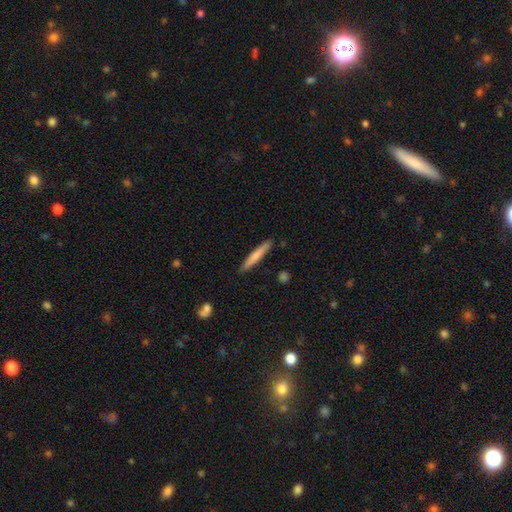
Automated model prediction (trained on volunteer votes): This is likely a smooth galaxy (72%). How rounded: clearly cigar-shaped (94%). Merging: clearly none (89%).